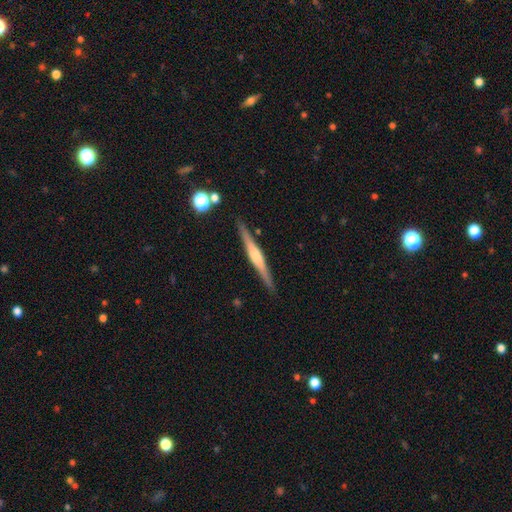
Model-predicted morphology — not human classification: The model was most divided on "edge-on bulge": rounded: 65%, boxy: 22%, none: 13%. More confident: edge-on disk — yes (98%); merging — none (89%); smooth or featured — featured or disk (69%).